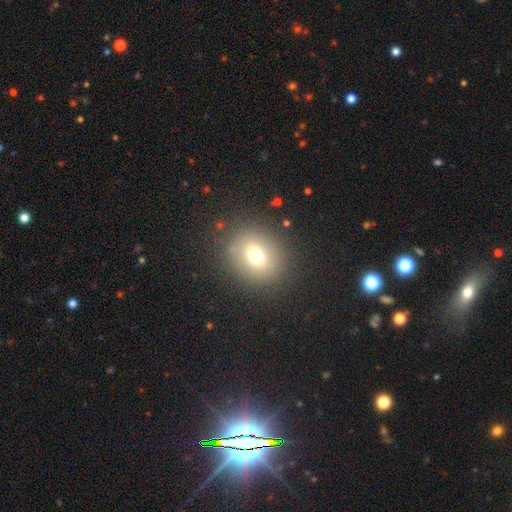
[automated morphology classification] The model was most divided on "how rounded": round: 65%, in between: 33%, cigar-shaped: 1%. More confident: merging — none (84%); smooth or featured — smooth (71%).